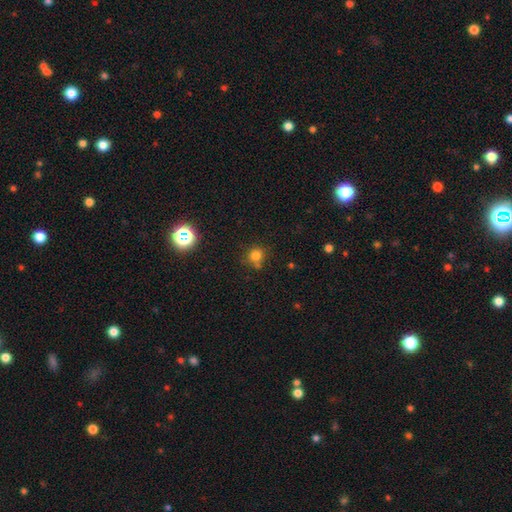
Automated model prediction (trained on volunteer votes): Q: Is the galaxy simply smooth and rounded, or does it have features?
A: smooth — 77%.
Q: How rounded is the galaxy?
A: round — 90%.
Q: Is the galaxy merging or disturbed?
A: none — 70%.